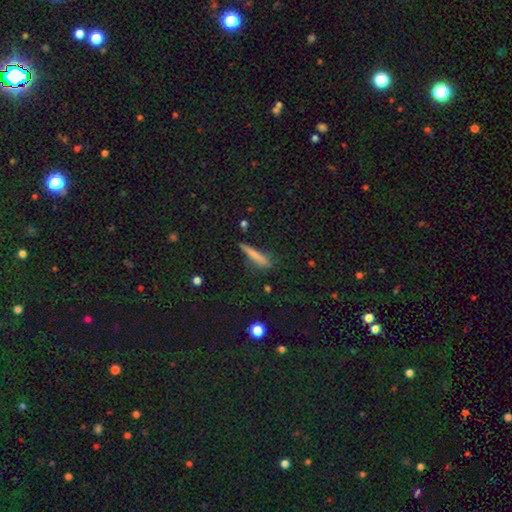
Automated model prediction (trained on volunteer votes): A smooth galaxy with no disk features (68%) that is cigar-shaped (91%). Merging: none (71%).